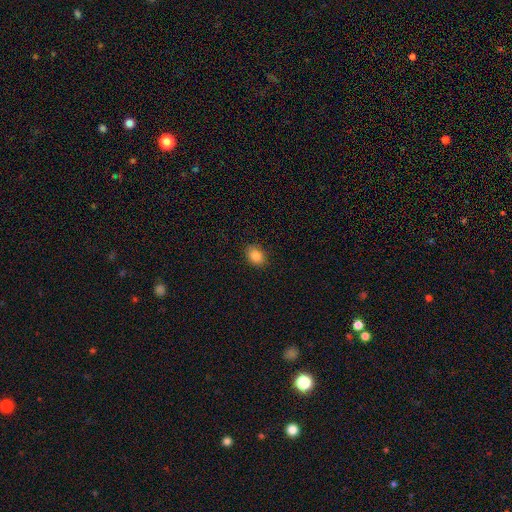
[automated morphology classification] type=smooth (87%); roundness=in between (72%); merging=none (87%).